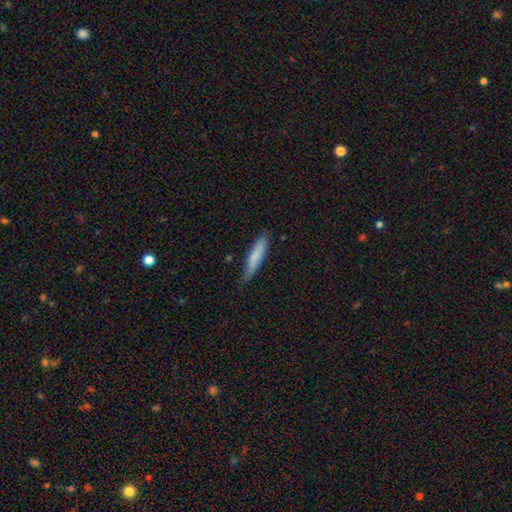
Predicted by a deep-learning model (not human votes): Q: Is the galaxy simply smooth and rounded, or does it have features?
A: smooth — 76%.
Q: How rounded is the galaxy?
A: cigar-shaped — 85%.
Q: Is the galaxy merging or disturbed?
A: none — 69%.